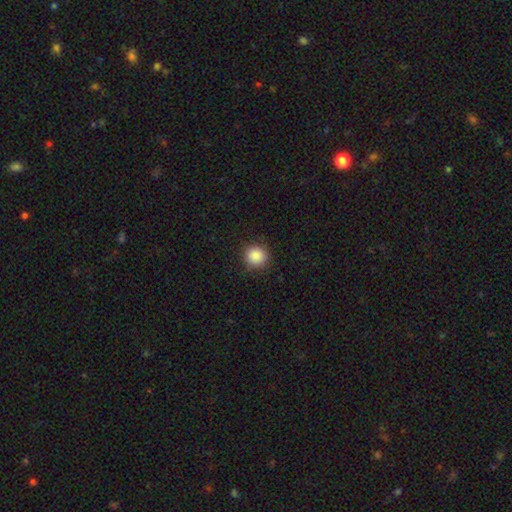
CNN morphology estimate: type=smooth (88%); roundness=round (92%); merging=none (88%).